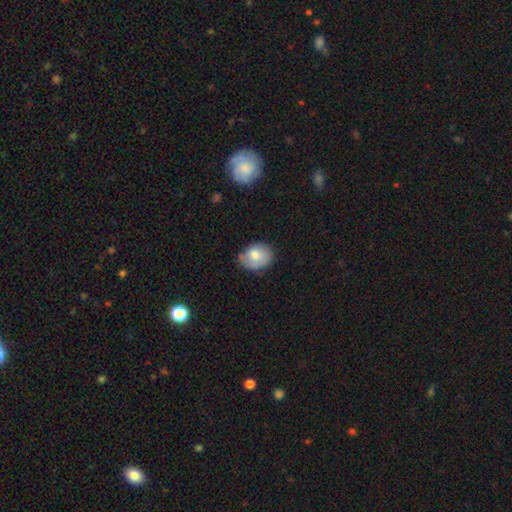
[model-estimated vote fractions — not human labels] Smooth or featured: smooth — 74% (featured or disk — 19%)
How rounded: in between — 62% (round — 37%)
Merging: none — 58% (minor disturbance — 32%)